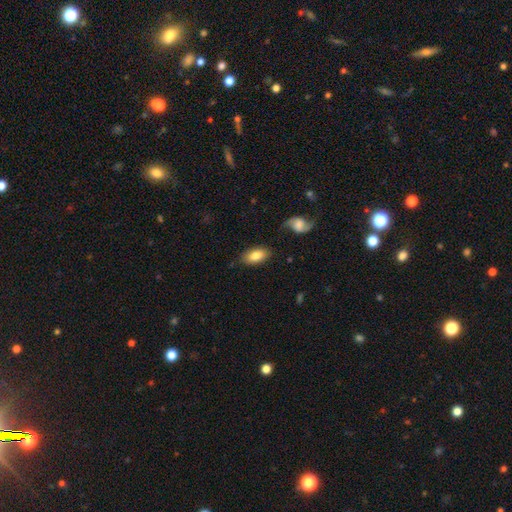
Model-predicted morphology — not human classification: Overall: smooth (80%). How rounded: in between (92%). Merging: none (80%).